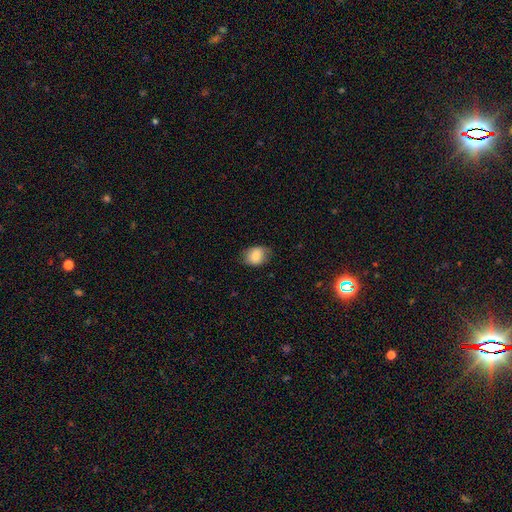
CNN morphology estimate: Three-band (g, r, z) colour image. It shows a smooth galaxy with no disk features (82%) that is in between round and cigar-shaped (61%). Merging: none (73%).